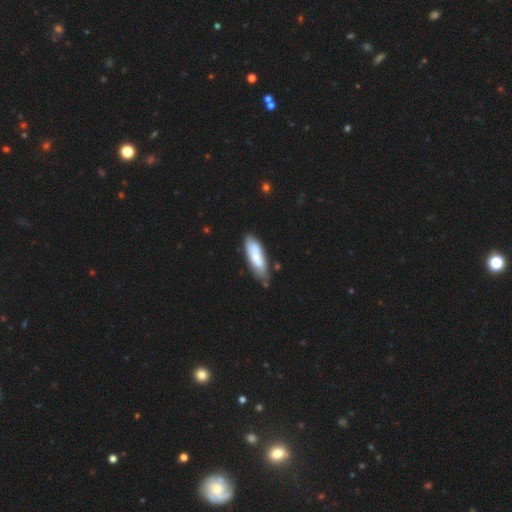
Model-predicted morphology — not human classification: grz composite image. It shows a smooth galaxy with no disk features (65%) that is in between round and cigar-shaped (56%). Merging: none (65%).